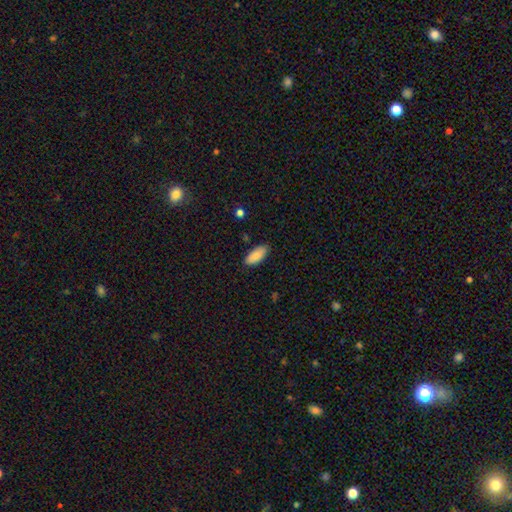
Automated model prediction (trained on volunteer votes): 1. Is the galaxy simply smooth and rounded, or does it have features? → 88% smooth, 6% star or artifact, 6% featured or disk.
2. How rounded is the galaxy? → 87% in between, 12% cigar-shaped, 2% round.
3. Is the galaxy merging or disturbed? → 85% none, 11% minor disturbance, 2% major disturbance, 1% merger.